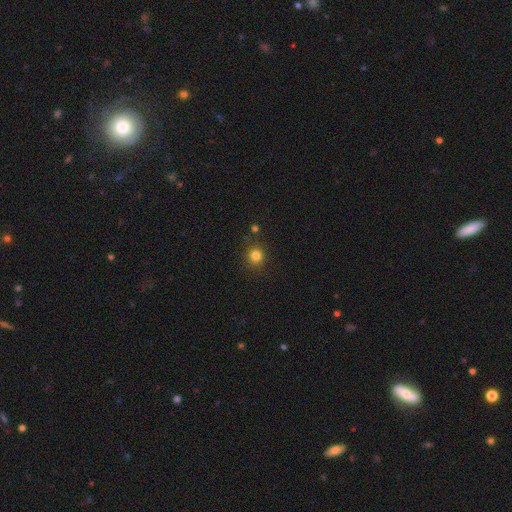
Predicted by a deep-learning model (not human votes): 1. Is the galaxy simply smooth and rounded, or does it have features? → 81% smooth, 14% star or artifact, 5% featured or disk.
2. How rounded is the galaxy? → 90% round, 9% in between, 1% cigar-shaped.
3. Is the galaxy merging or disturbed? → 86% none, 8% minor disturbance, 3% merger, 3% major disturbance.